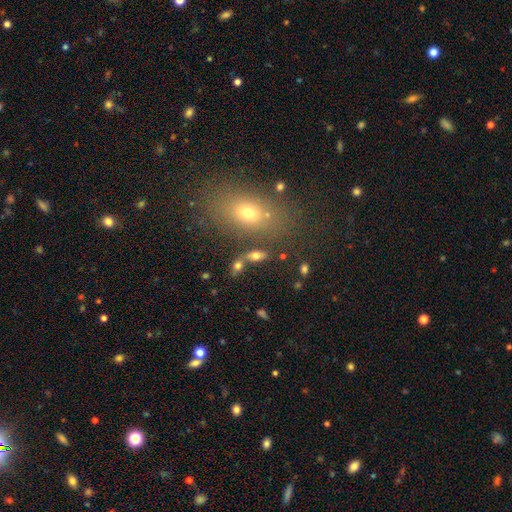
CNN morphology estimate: A smooth galaxy with no disk features (68%) that is in between round and cigar-shaped (82%).

Vote fractions:
- Smooth or featured? smooth: 68% / featured or disk: 18% / star or artifact: 14%
- How rounded? in between: 82% / round: 9% / cigar-shaped: 9%
- Merging? none: 57% / merger: 22% / minor disturbance: 13% / major disturbance: 8%